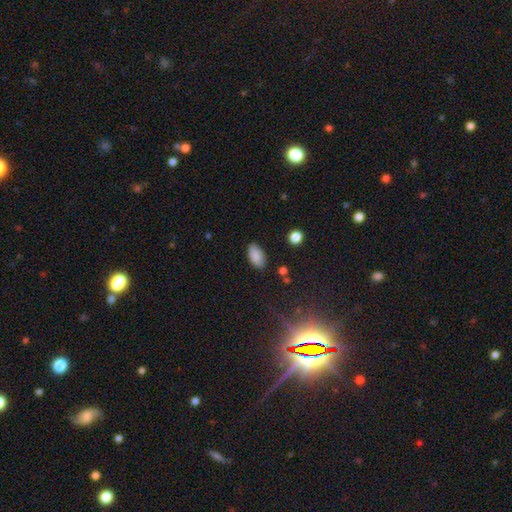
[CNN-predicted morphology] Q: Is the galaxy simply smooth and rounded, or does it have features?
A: smooth — 87%.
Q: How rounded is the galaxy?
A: in between — 94%.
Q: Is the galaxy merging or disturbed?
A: none — 83%.